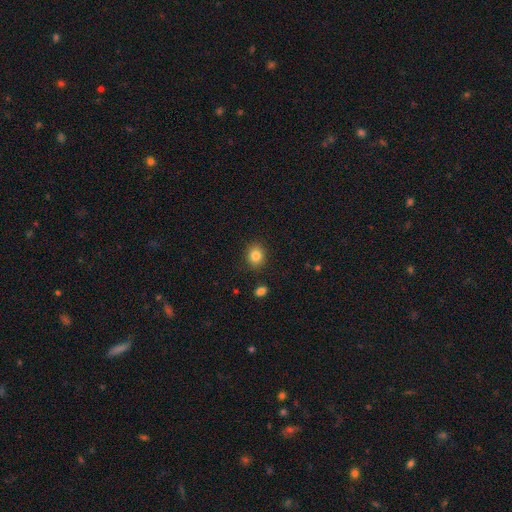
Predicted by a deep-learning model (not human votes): This appears to be a smooth galaxy with no disk features (84%) that is round (66%). Merging: none (88%).